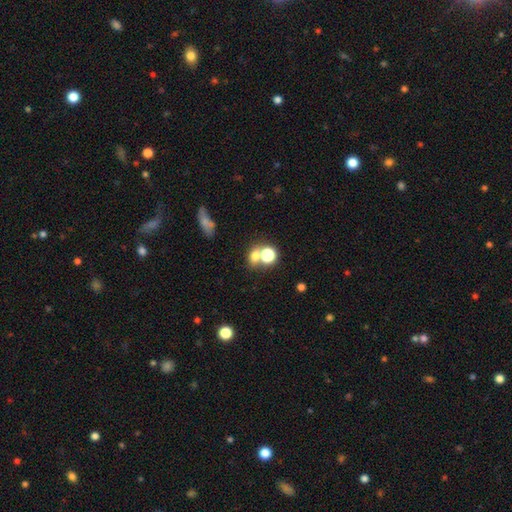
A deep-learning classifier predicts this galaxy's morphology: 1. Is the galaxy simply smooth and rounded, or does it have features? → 66% smooth, 23% star or artifact, 11% featured or disk.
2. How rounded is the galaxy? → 59% round, 39% in between, 2% cigar-shaped.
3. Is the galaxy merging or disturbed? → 48% none, 38% merger, 9% minor disturbance, 5% major disturbance.